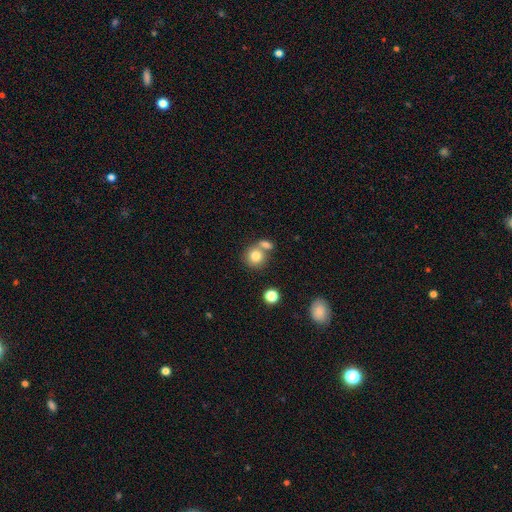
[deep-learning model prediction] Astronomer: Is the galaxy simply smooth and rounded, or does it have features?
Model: smooth — 80%.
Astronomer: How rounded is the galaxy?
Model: round — 84%.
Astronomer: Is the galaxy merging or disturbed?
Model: none — 53% (runner-up: merger, 34%).